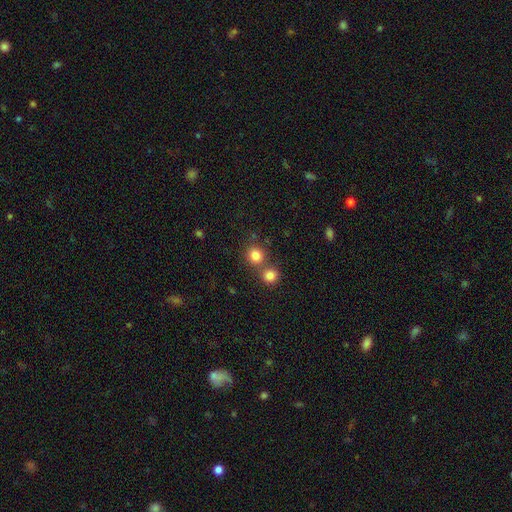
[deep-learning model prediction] Smooth or featured: smooth — 82% (star or artifact — 12%)
How rounded: round — 88% (in between — 11%)
Merging: none — 61% (merger — 30%)